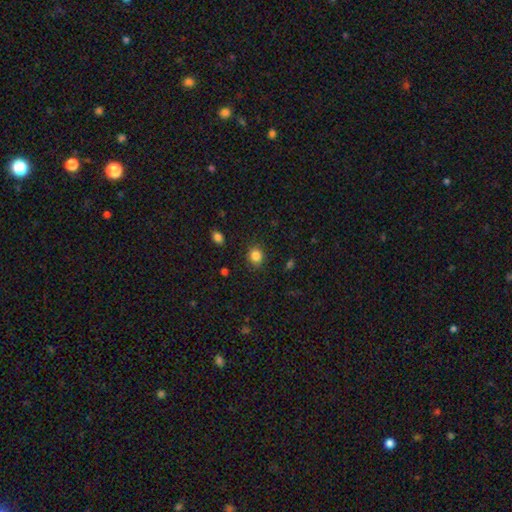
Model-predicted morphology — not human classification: Smooth or featured?
  - smooth: 84% *
  - star or artifact: 11%
  - featured or disk: 5%
How rounded?
  - round: 75% *
  - in between: 24%
  - cigar-shaped: 1%
Merging?
  - none: 86% *
  - minor disturbance: 9%
  - major disturbance: 3%
  - merger: 1%